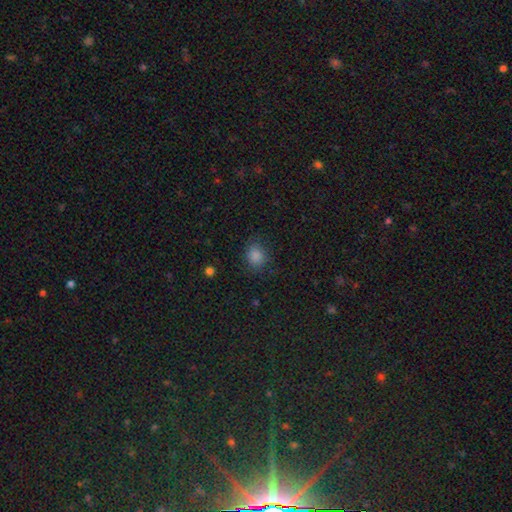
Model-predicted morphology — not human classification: This appears to be a smooth galaxy with no disk features (84%) that is round (70%). Merging: none (81%).